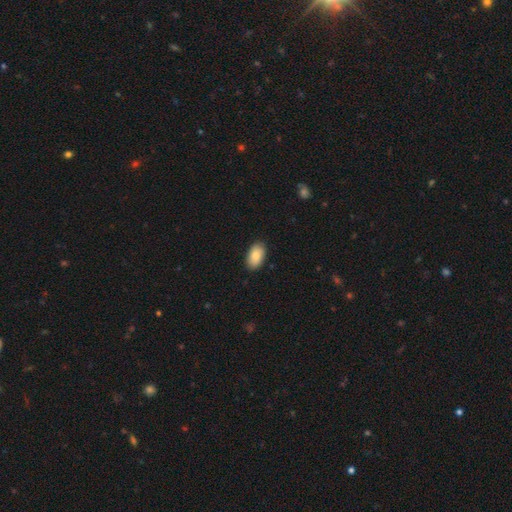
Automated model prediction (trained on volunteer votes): Smooth or featured? Predicted: smooth (p=0.85). How rounded? Predicted: in between (p=0.94). Merging? Predicted: none (p=0.87).